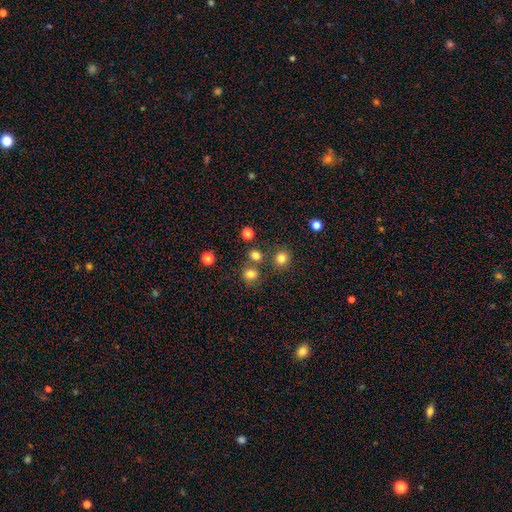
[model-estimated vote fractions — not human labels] The model was most divided on "merging": none: 70%, merger: 18%, minor disturbance: 8%, major disturbance: 4%. More confident: how rounded — round (83%); smooth or featured — smooth (77%).